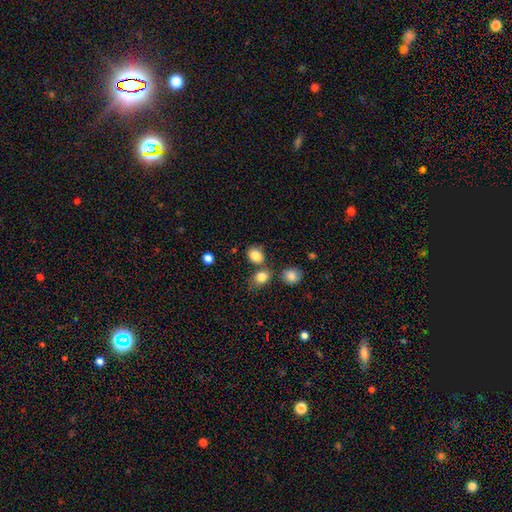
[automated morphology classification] smooth 84%, star or artifact 10%, featured or disk 6%. Down the decision tree: how rounded — in between (50%); merging — none (65%).